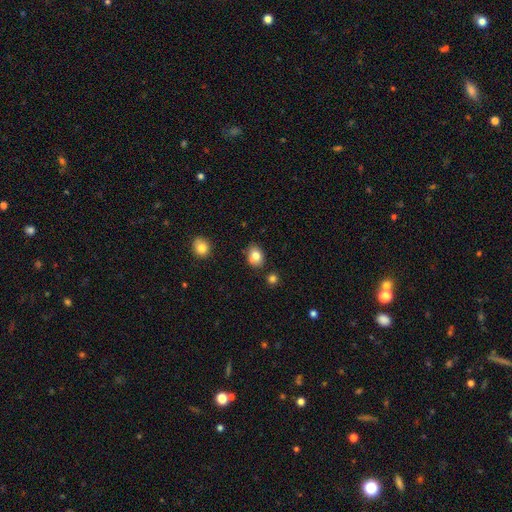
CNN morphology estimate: Smooth or featured? Predicted: smooth (p=0.80). How rounded? Predicted: in between (p=0.56). Merging? Predicted: none (p=0.79).